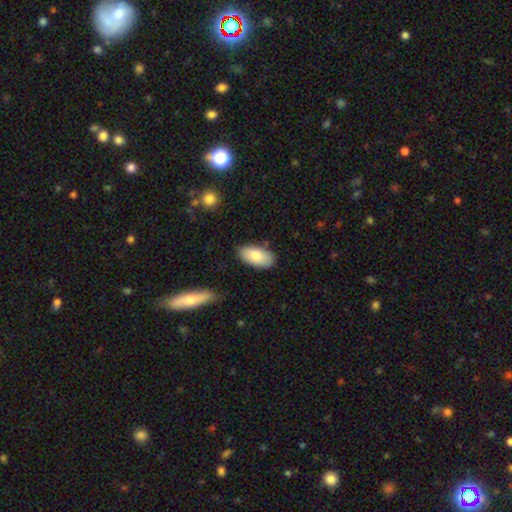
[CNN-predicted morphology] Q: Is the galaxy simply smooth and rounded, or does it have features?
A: smooth — 80%.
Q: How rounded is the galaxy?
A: in between — 94%.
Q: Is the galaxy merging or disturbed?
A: none — 82%.